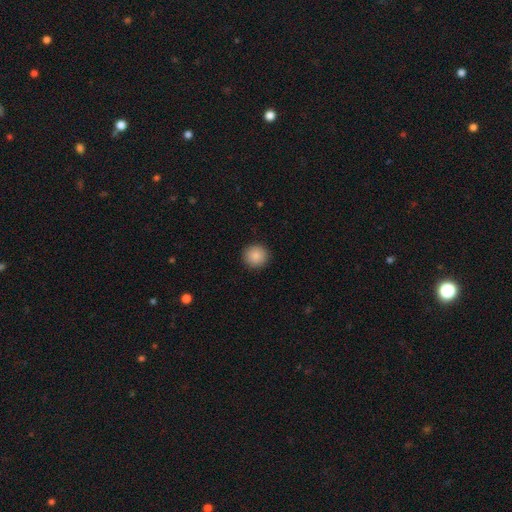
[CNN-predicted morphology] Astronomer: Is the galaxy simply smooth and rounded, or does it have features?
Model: smooth — 88%.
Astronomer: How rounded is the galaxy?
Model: round — 94%.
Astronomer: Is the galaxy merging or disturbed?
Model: none — 92%.